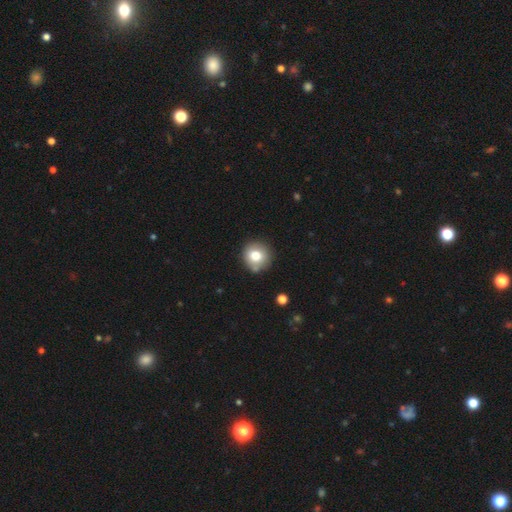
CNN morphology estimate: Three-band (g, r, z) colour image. It shows a smooth galaxy with no disk features (77%) that is round (93%). Merging: none (84%).